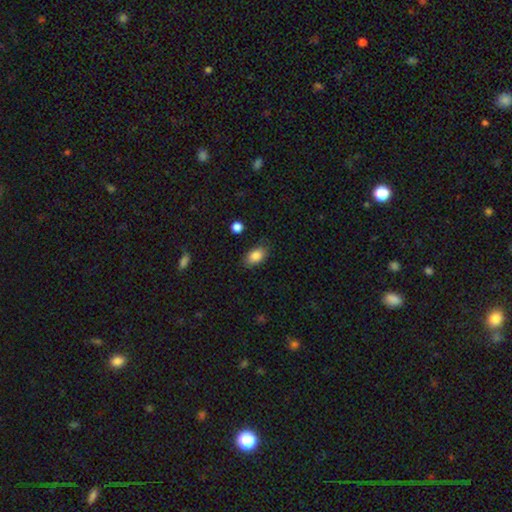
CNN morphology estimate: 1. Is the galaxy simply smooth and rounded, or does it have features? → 86% smooth, 8% star or artifact, 6% featured or disk.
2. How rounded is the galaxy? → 88% in between, 10% round, 2% cigar-shaped.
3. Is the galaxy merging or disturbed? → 81% none, 15% minor disturbance, 3% major disturbance, 2% merger.